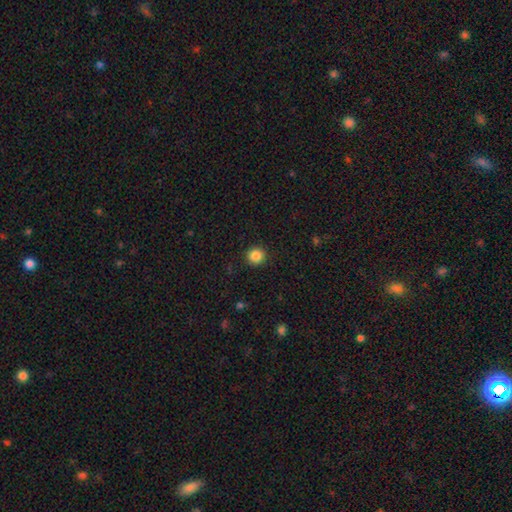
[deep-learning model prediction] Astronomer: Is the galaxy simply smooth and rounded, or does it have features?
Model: smooth — 86%.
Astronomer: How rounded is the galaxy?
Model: round — 93%.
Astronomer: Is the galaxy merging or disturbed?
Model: none — 92%.